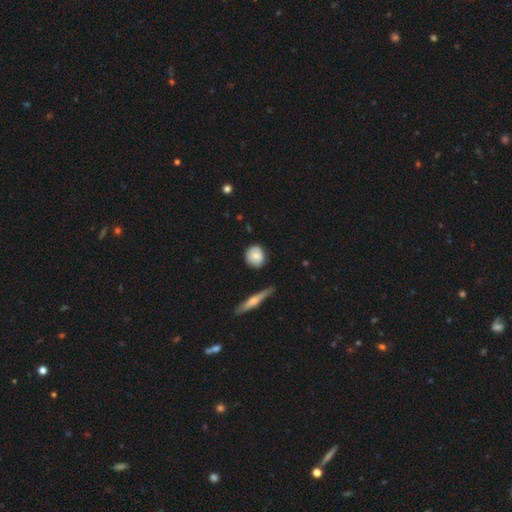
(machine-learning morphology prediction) Overall: smooth (80%). How rounded: round (74%). Merging: none (80%).